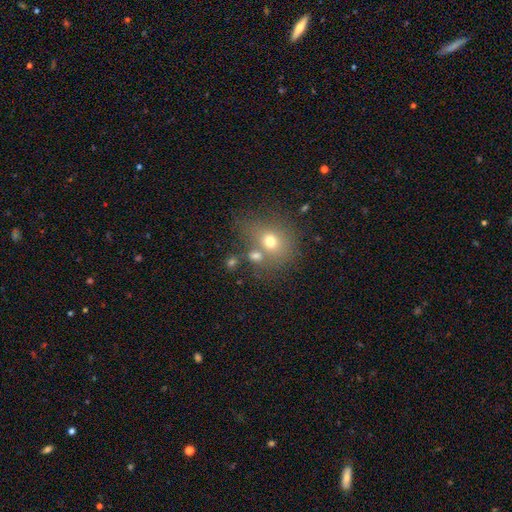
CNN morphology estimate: The model was most divided on "how rounded": round: 55%, in between: 44%, cigar-shaped: 2%. Remaining: smooth or featured — smooth (68%); merging — none (48%).